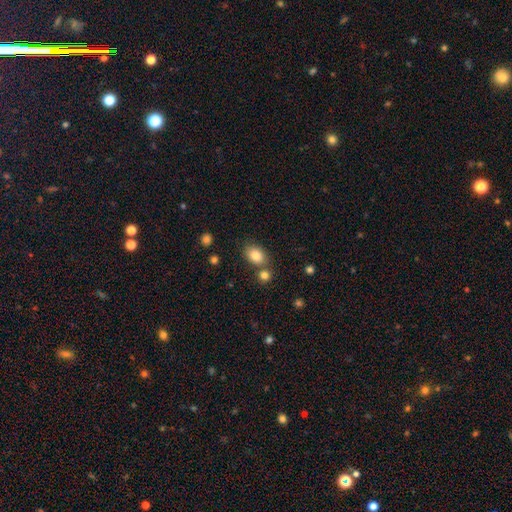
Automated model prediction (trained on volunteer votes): smooth-or-featured: smooth: 84% | star or artifact: 9% | featured or disk: 7%
  how-rounded: in between: 73% | round: 26% | cigar-shaped: 1%
  merging: none: 67% | merger: 18% | minor disturbance: 11% | major disturbance: 3%